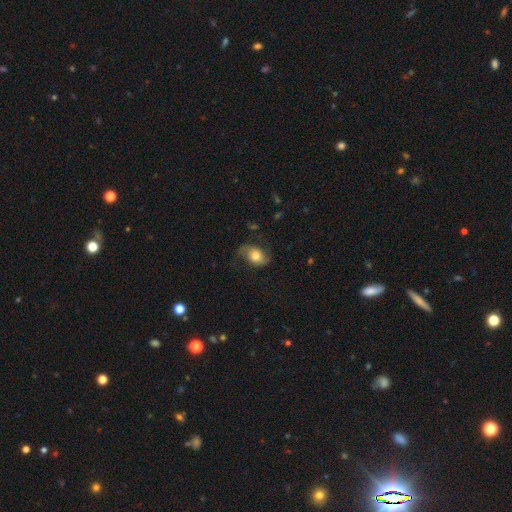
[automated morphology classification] A featured or disk galaxy (52%).

Vote fractions:
- Smooth or featured? featured or disk: 52% / smooth: 40% / star or artifact: 8%
- Edge-on disk? no: 96% / yes: 4%
- Merging? none: 62% / minor disturbance: 22% / major disturbance: 14% / merger: 1%